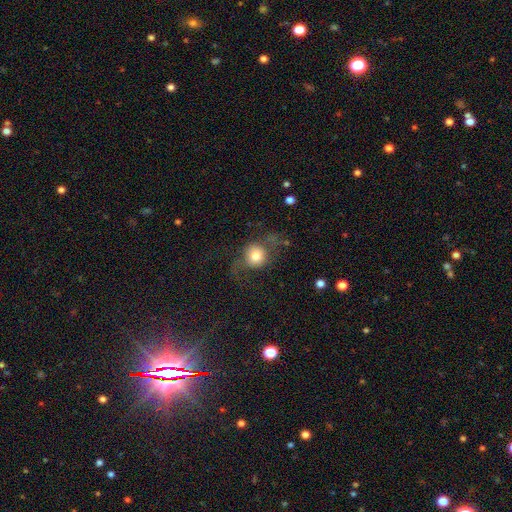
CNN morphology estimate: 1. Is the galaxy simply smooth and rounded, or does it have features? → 69% smooth, 21% featured or disk, 10% star or artifact.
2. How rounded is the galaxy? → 82% round, 16% in between, 1% cigar-shaped.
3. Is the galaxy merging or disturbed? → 46% none, 29% major disturbance, 21% minor disturbance, 3% merger.